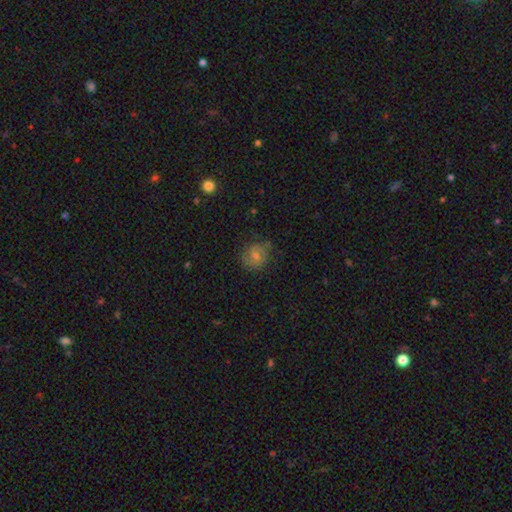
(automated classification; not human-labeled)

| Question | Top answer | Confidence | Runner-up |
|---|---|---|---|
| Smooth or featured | smooth | 52% | featured or disk (32%) |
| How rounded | round | 76% | in between (23%) |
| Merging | none | 78% | minor disturbance (16%) |